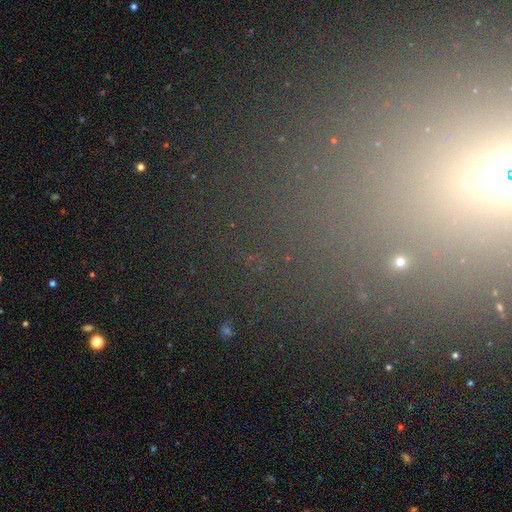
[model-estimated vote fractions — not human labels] Smooth or featured: star or artifact — 69% (smooth — 20%)